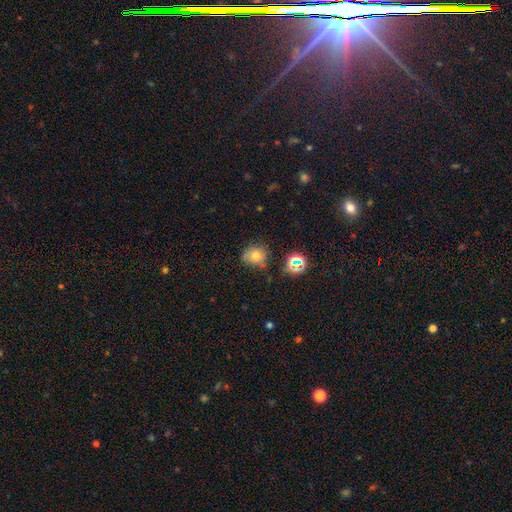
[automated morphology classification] smooth 69%, star or artifact 19%, featured or disk 11%. Down the decision tree: how rounded — round (75%); merging — none (61%).